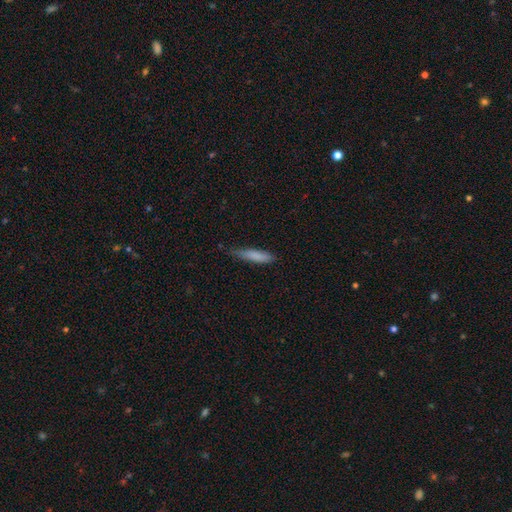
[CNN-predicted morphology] A smooth galaxy with no disk features (81%) that is cigar-shaped (82%). Merging: none (64%).